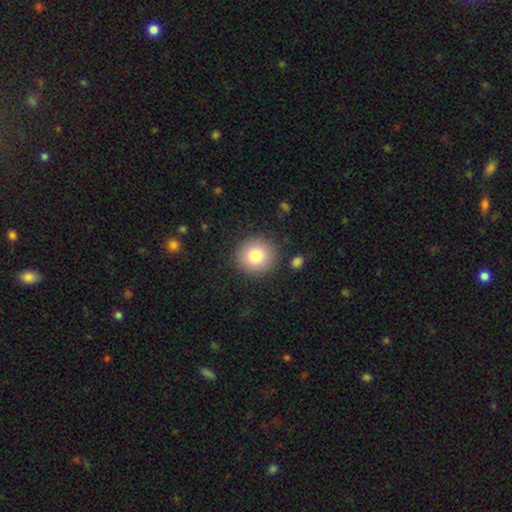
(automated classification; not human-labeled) Smooth or featured? Predicted: smooth (p=0.81). How rounded? Predicted: round (p=0.92). Merging? Predicted: none (p=0.88).